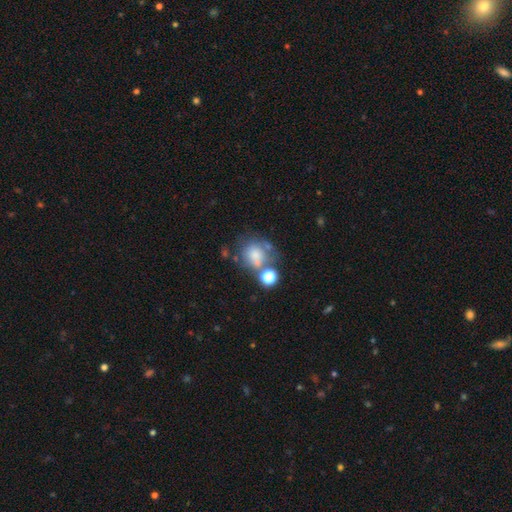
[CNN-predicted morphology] smooth 66%, featured or disk 20%, star or artifact 14%. Down the decision tree: how rounded — round (66%); merging — none (38%).